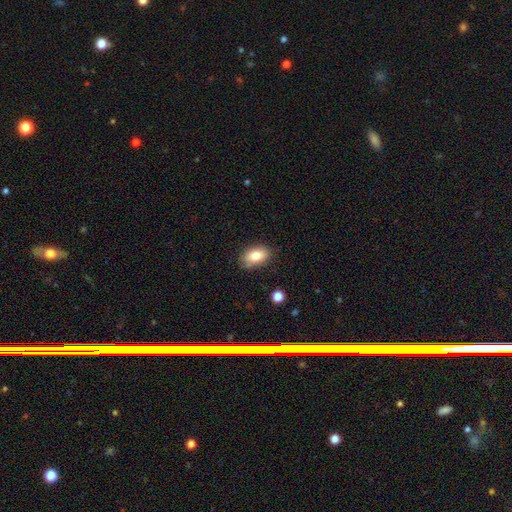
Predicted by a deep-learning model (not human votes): Overall: smooth (81%). How rounded: in between (90%). Merging: none (80%).